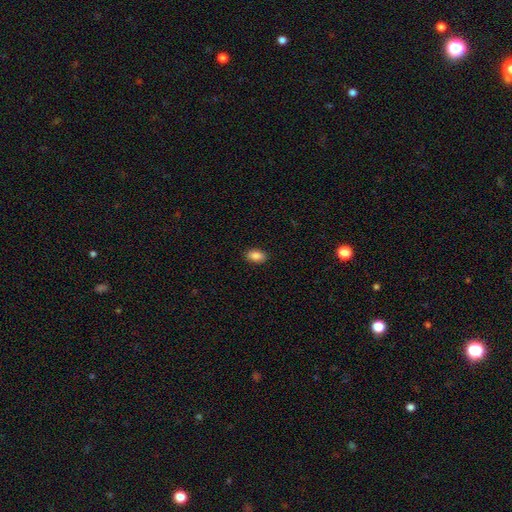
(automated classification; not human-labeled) smooth-or-featured: smooth: 88% | star or artifact: 8% | featured or disk: 4%
  how-rounded: in between: 90% | round: 8% | cigar-shaped: 2%
  merging: none: 89% | minor disturbance: 8% | major disturbance: 2% | merger: 1%